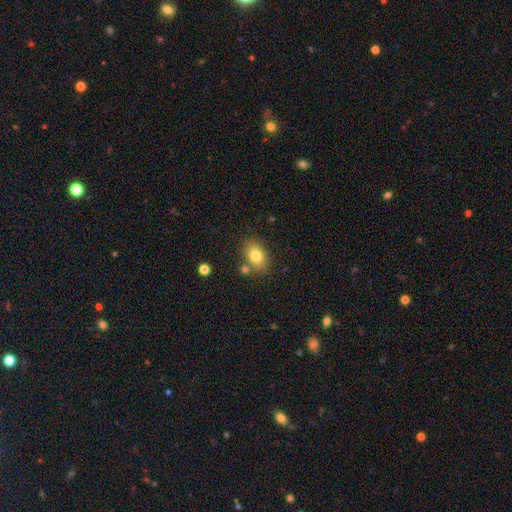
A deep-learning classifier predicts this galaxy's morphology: smooth 79%, featured or disk 12%, star or artifact 9%. Down the decision tree: how rounded — in between (80%); merging — none (75%).